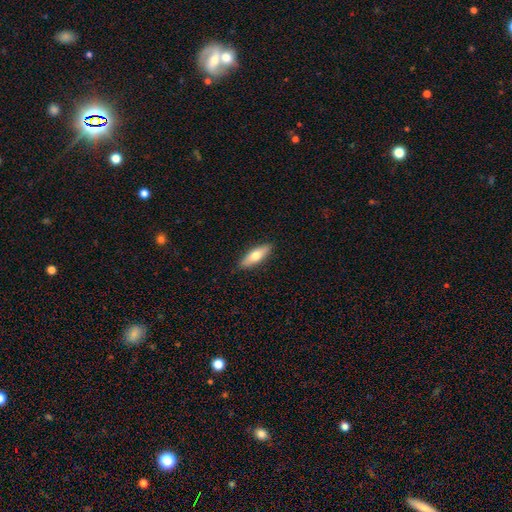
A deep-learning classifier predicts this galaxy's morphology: This appears to be a smooth galaxy with no disk features (64%) that is in between round and cigar-shaped (53%). Merging: none (89%).